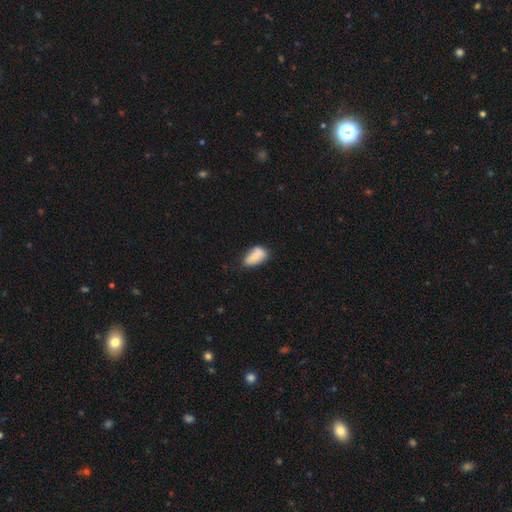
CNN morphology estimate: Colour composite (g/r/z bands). It shows a smooth galaxy with no disk features (70%) that is in between round and cigar-shaped (91%). Merging: none (56%).